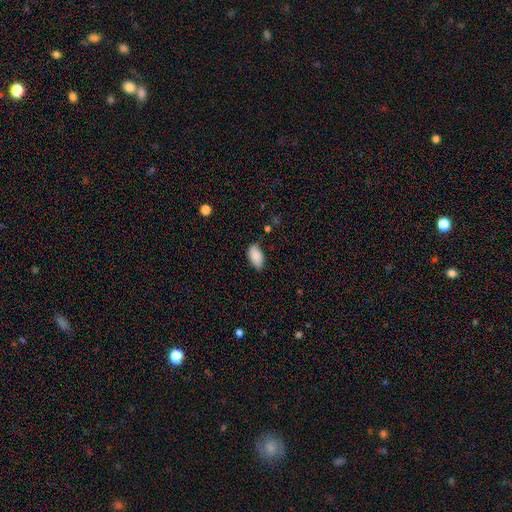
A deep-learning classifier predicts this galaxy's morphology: Smooth or featured? smooth (89%)
How rounded? in between (94%)
Merging? none (77%)